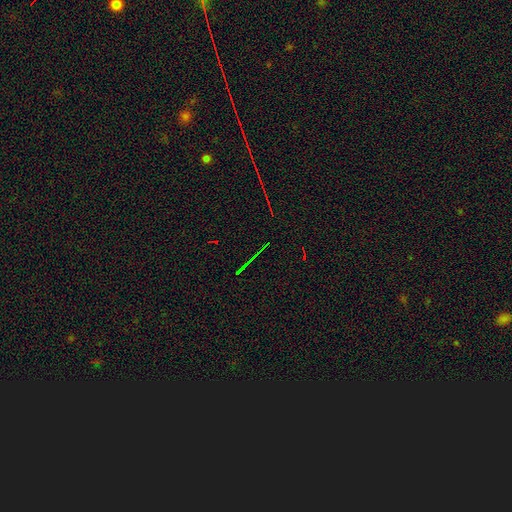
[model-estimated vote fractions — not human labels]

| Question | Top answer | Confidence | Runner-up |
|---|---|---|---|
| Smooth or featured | star or artifact | 78% | featured or disk (13%) |